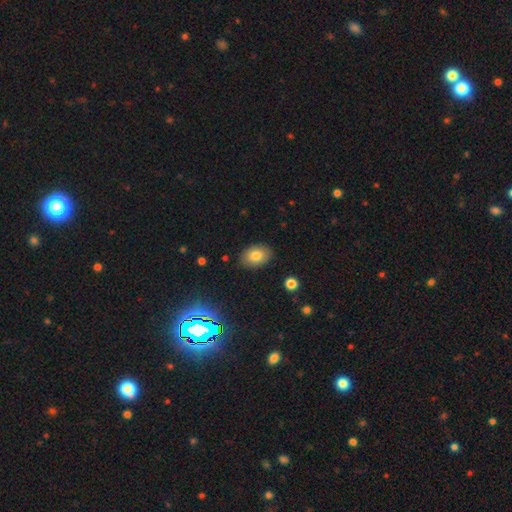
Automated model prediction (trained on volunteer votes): Smooth or featured? Predicted: smooth (p=0.80). How rounded? Predicted: in between (p=0.84). Merging? Predicted: none (p=0.87).